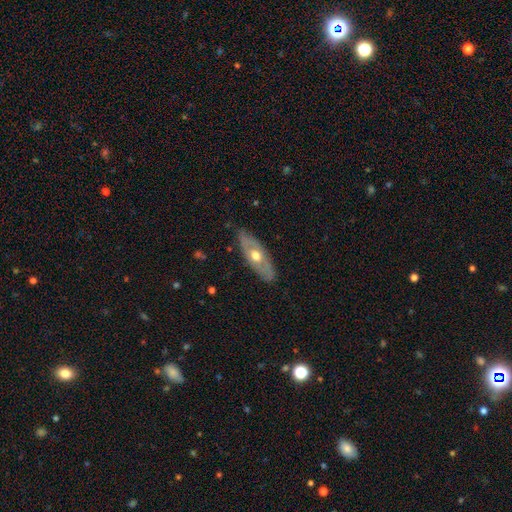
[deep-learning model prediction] The model was most divided on "smooth or featured": featured or disk: 55%, smooth: 40%, star or artifact: 5%. More confident: merging — none (79%); edge-on disk — no (65%).